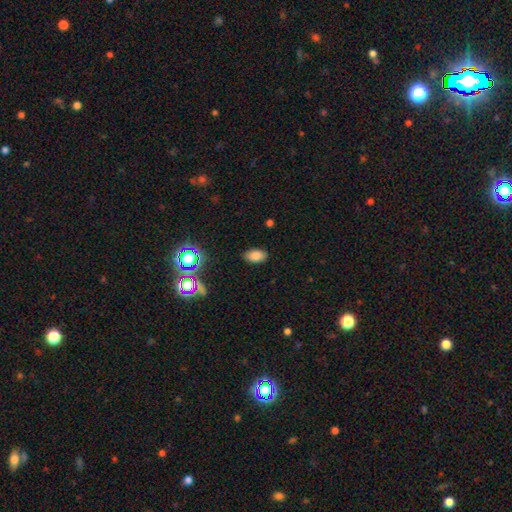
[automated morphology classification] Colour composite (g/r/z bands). It shows a smooth galaxy with no disk features (80%) that is in between round and cigar-shaped (91%). Merging: none (86%).